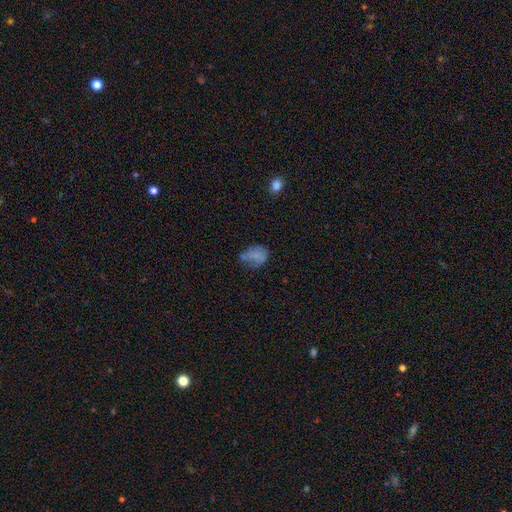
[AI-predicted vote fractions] Smooth or featured? Predicted: smooth (p=0.70). How rounded? Predicted: in between (p=0.50). Merging? Predicted: none (p=0.42).